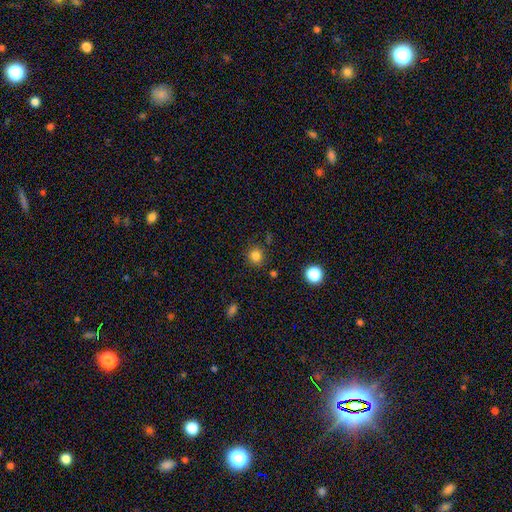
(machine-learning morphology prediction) Smooth or featured? Predicted: smooth (p=0.82). How rounded? Predicted: round (p=0.89). Merging? Predicted: none (p=0.85).